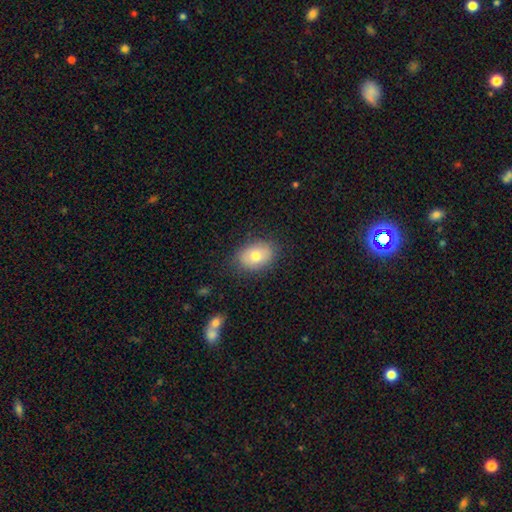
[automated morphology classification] smooth_or_featured: smooth (p=0.74) [alt: featured or disk p=0.18]
how_rounded: in between (p=0.71) [alt: round p=0.28]
merging: none (p=0.82) [alt: minor disturbance p=0.13]